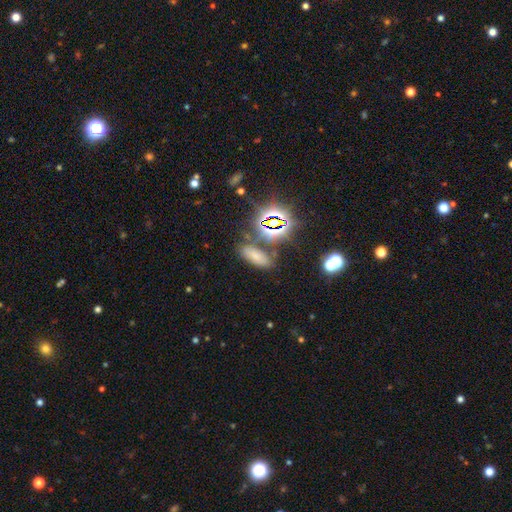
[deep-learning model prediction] Smooth or featured?
  - smooth: 54% *
  - star or artifact: 35%
  - featured or disk: 11%
How rounded?
  - in between: 79% *
  - cigar-shaped: 15%
  - round: 6%
Merging?
  - none: 74% *
  - minor disturbance: 12%
  - merger: 8%
  - major disturbance: 5%